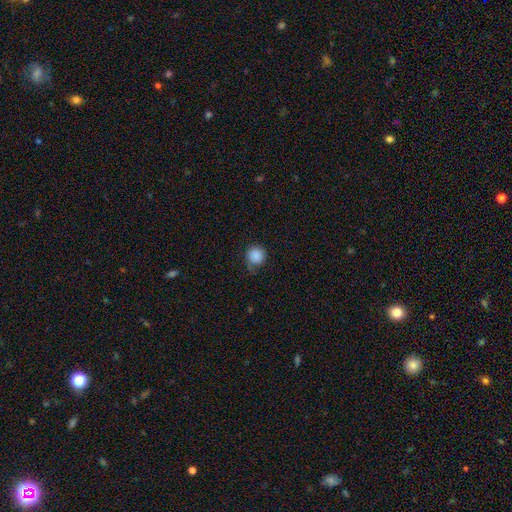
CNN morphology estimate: This is clearly a smooth galaxy (86%). How rounded: clearly round (89%). Merging: possibly none (58%).